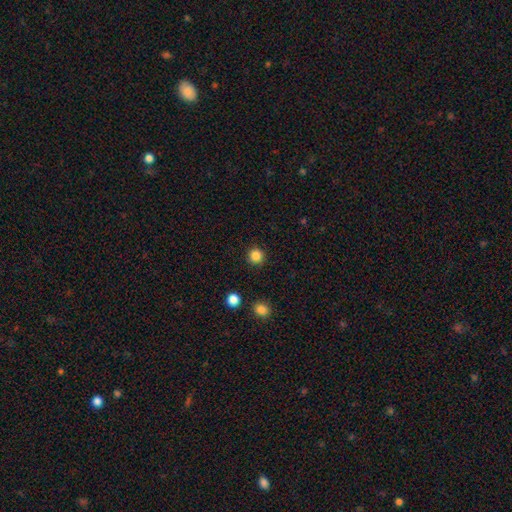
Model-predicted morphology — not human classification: Smooth or featured: smooth — 85% (star or artifact — 12%)
How rounded: round — 95% (in between — 5%)
Merging: none — 91% (minor disturbance — 5%)